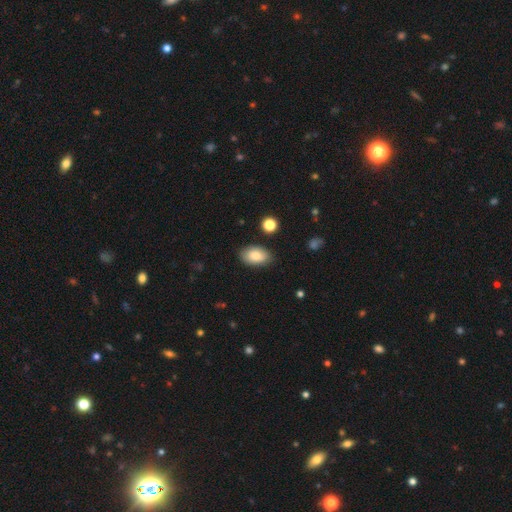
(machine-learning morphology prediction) Smooth or featured? smooth (85%)
How rounded? in between (92%)
Merging? none (83%)